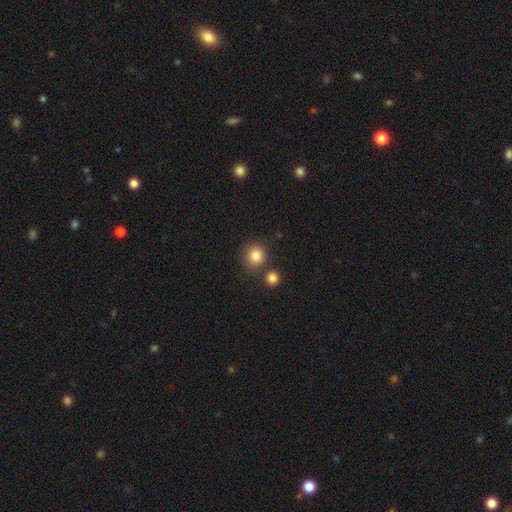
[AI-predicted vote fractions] Smooth or featured?
  - smooth: 85% *
  - star or artifact: 10%
  - featured or disk: 5%
How rounded?
  - round: 88% *
  - in between: 11%
  - cigar-shaped: 1%
Merging?
  - none: 74% *
  - merger: 13%
  - minor disturbance: 10%
  - major disturbance: 3%